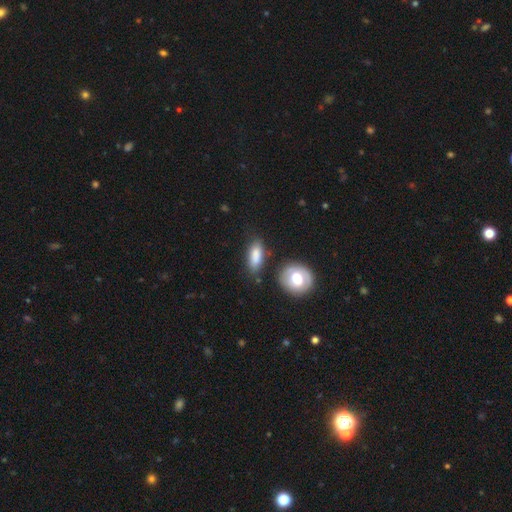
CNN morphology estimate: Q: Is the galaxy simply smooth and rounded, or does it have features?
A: smooth — 83%.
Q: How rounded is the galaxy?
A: in between — 83%.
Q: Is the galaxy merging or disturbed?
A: none — 70%.